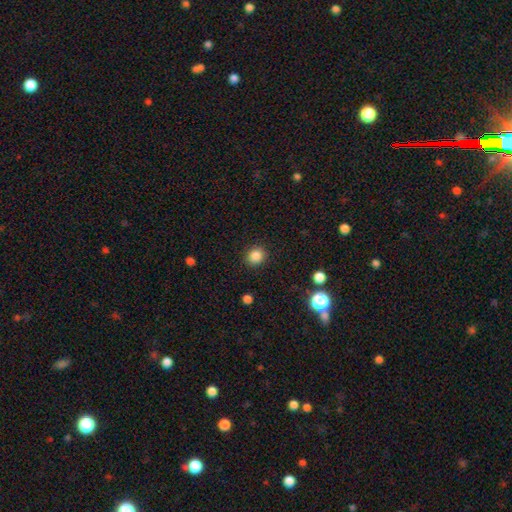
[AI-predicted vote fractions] Morphology: type=smooth (86%); roundness=round (83%); merging=none (90%).